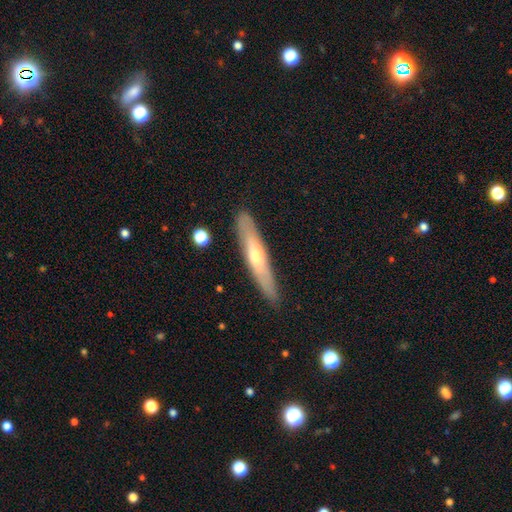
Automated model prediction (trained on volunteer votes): This appears to be a featured or disk galaxy (48%). Merging: none (87%).